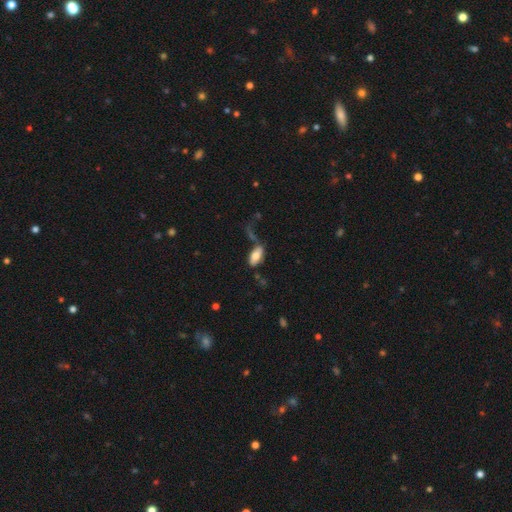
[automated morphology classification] A smooth galaxy with no disk features (70%) that is in between round and cigar-shaped (90%).

Vote fractions:
- Smooth or featured? smooth: 70% / featured or disk: 23% / star or artifact: 7%
- How rounded? in between: 90% / cigar-shaped: 7% / round: 3%
- Merging? none: 42% / minor disturbance: 22% / major disturbance: 21% / merger: 15%